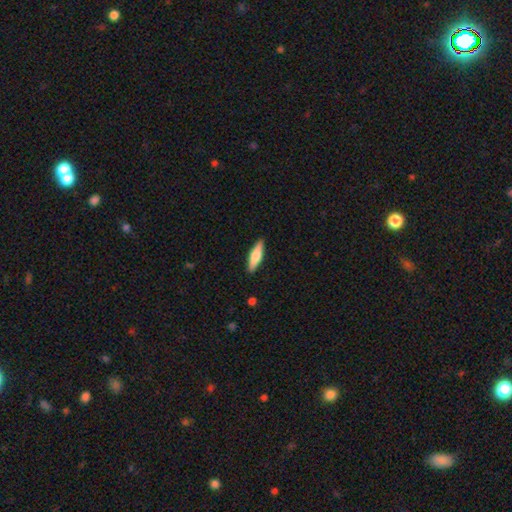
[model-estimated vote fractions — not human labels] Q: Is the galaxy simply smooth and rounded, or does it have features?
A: smooth — 62%.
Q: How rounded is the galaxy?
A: cigar-shaped — 65%.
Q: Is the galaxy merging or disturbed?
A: none — 90%.